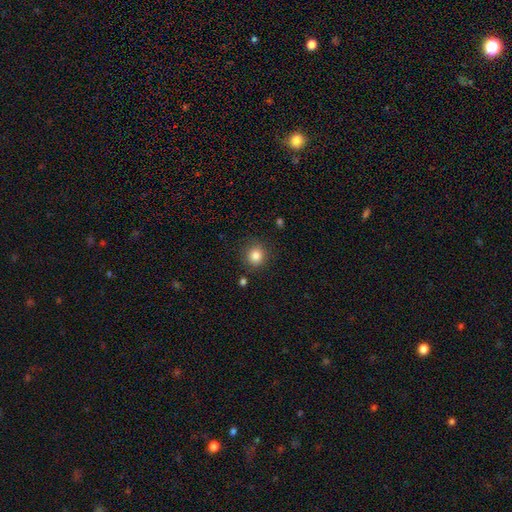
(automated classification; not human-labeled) The model was most divided on "smooth or featured": smooth: 84%, star or artifact: 11%, featured or disk: 5%. More confident: how rounded — round (88%); merging — none (86%).